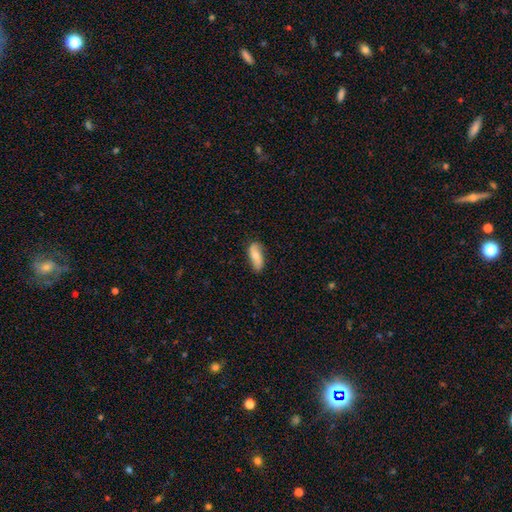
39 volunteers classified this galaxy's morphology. smooth-or-featured: smooth: 54% | featured or disk: 44% | star or artifact: 3%
  how-rounded: in between: 62% | cigar-shaped: 38% | round: 0%
  merging: none: 76% | minor disturbance: 13% | major disturbance: 11% | merger: 0%